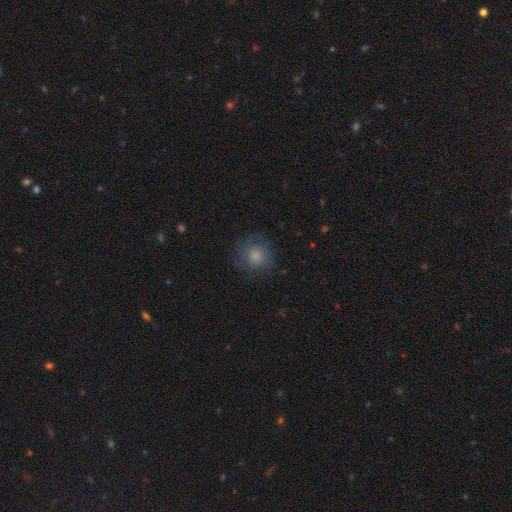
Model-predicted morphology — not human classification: smooth 77%, featured or disk 13%, star or artifact 10%. Down the decision tree: how rounded — round (86%); merging — none (73%).